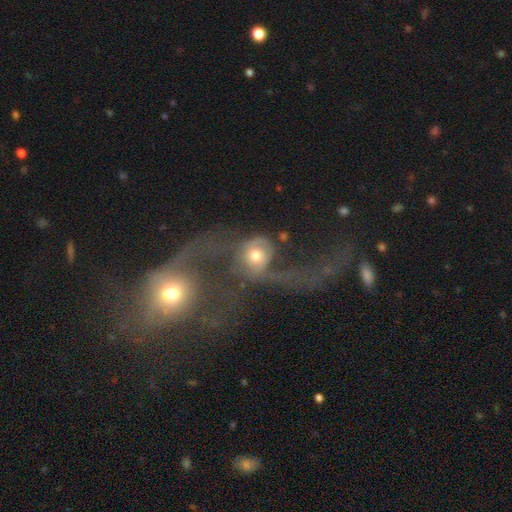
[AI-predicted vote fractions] Smooth or featured? featured or disk (58%)
Edge-on disk? no (94%)
Bar? no (75%)
Spiral arms? yes (61%)
Bulge size? moderate (63%)
Merging? major disturbance (40%)